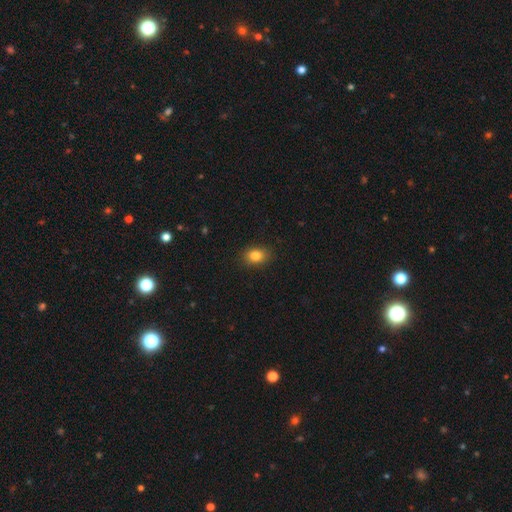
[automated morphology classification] This is clearly a smooth galaxy (83%). How rounded: likely in between (71%). Merging: clearly none (88%).